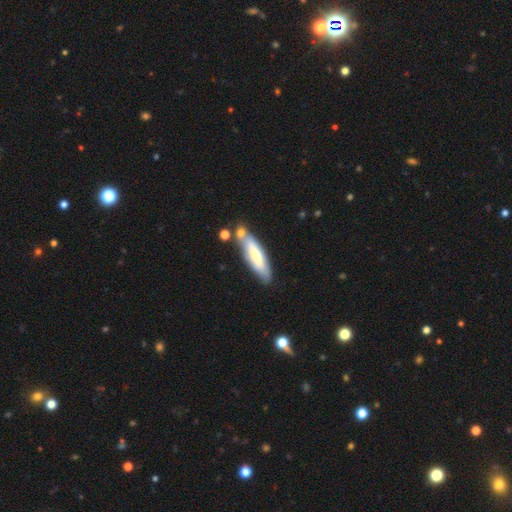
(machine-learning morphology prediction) A smooth galaxy with no disk features (54%) that is cigar-shaped (65%).

Vote fractions:
- Smooth or featured? smooth: 54% / featured or disk: 41% / star or artifact: 6%
- How rounded? cigar-shaped: 65% / in between: 33% / round: 1%
- Merging? none: 61% / merger: 18% / minor disturbance: 17% / major disturbance: 4%